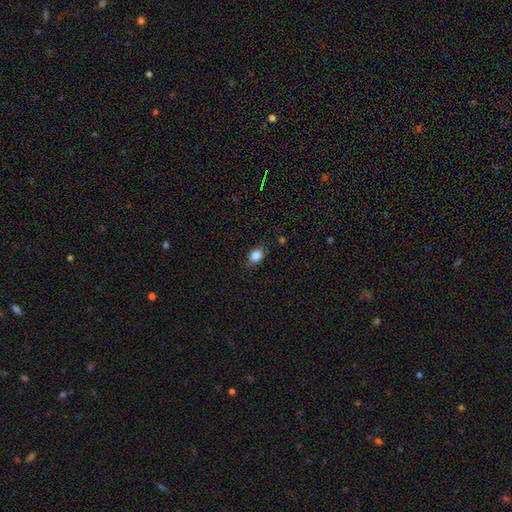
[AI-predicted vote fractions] Overall: smooth (85%). How rounded: in between (63%; round 36%). Merging: none (79%).